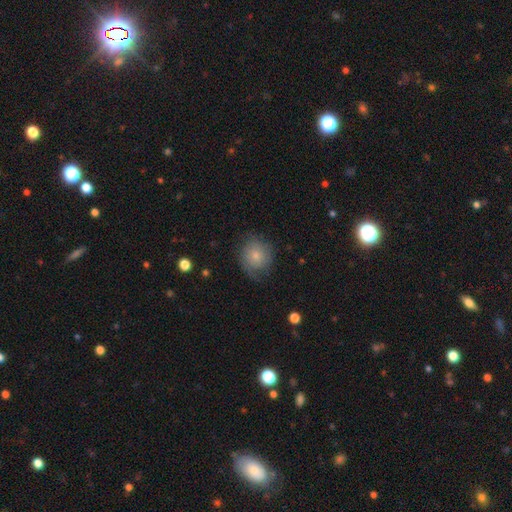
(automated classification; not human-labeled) smooth_or_featured: smooth (p=0.64) [alt: featured or disk p=0.28]
how_rounded: round (p=0.83) [alt: in between p=0.16]
merging: none (p=0.63) [alt: minor disturbance p=0.24]